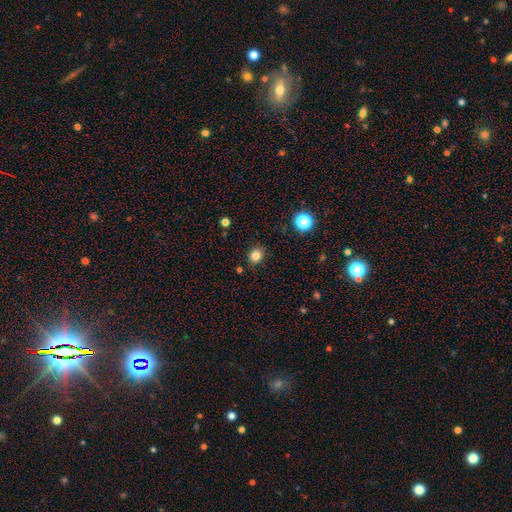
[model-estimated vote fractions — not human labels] A smooth galaxy with no disk features (82%) that is round (77%). Merging: none (89%).